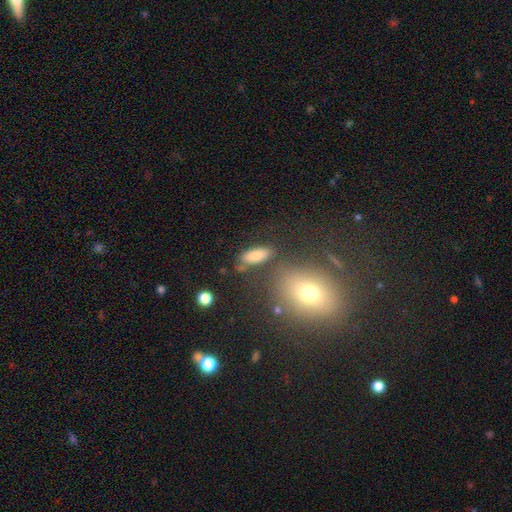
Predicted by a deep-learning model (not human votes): This is clearly a smooth galaxy (80%). How rounded: likely in between (80%). Merging: likely none (72%).